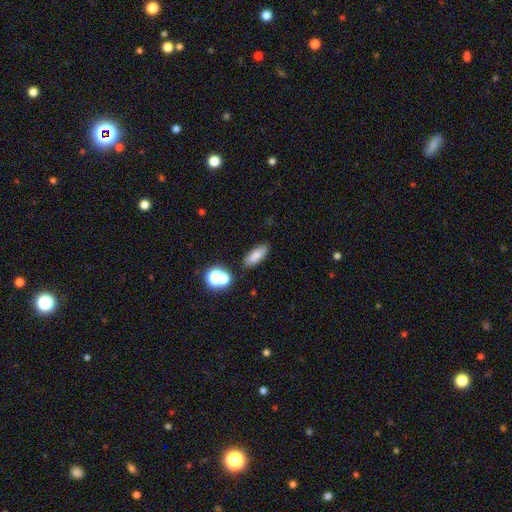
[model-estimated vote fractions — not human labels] Q: Smooth or featured?
A: smooth (81%); runner-up: star or artifact (11%)
Q: How rounded?
A: in between (78%); runner-up: cigar-shaped (16%)
Q: Merging?
A: none (83%); runner-up: minor disturbance (9%)